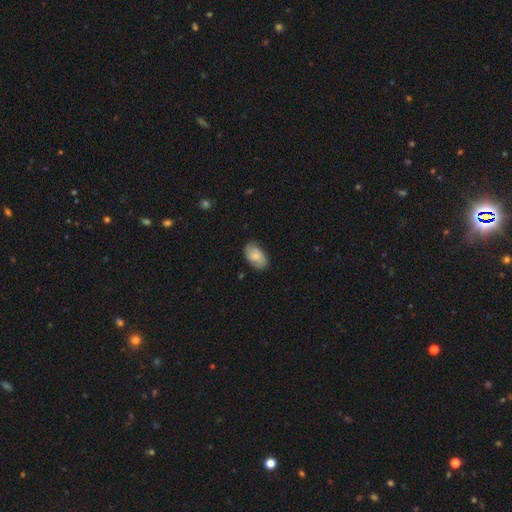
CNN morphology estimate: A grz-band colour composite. It shows a smooth galaxy with no disk features (76%) that is in between round and cigar-shaped (93%). Merging: none (72%).